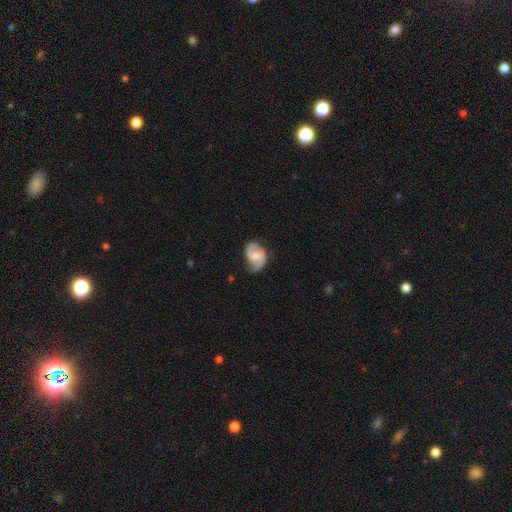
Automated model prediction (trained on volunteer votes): A featured or disk galaxy (63%) with a weak bar (47%), 2 (84%) medium (45%) spiral arms (90%) and a moderate central bulge (46%).

Vote fractions:
- Smooth or featured? featured or disk: 63% / smooth: 30% / star or artifact: 6%
- Edge-on disk? no: 97% / yes: 3%
- Bar? weak: 47% / no: 42% / strong: 11%
- Spiral arms? yes: 90% / no: 10%
- Spiral winding? medium: 45% / loose: 34% / tight: 20%
- Spiral arm count? 2: 84% / can't tell: 8% / 1: 5% / 3: 1% / 4: 1% / more than 4: 1%
- Bulge size? moderate: 46% / small: 40% / none: 9% / large: 4% / dominant: 1%
- Merging? none: 61% / minor disturbance: 28% / major disturbance: 9% / merger: 2%